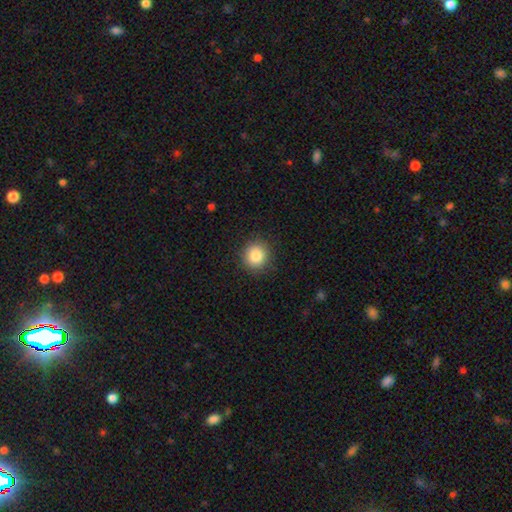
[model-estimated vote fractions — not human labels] smooth_or_featured: smooth (p=0.85) [alt: star or artifact p=0.10]
how_rounded: round (p=0.91) [alt: in between p=0.08]
merging: none (p=0.90) [alt: minor disturbance p=0.07]